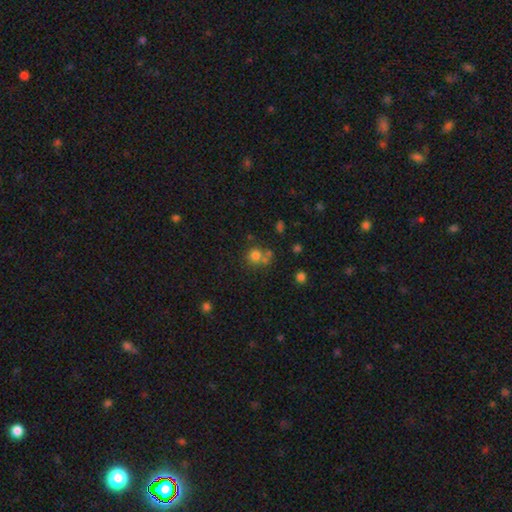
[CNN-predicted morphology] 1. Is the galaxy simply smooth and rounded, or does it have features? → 72% smooth, 17% star or artifact, 11% featured or disk.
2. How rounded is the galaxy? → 85% round, 14% in between, 1% cigar-shaped.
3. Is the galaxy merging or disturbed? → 53% none, 31% merger, 11% minor disturbance, 5% major disturbance.